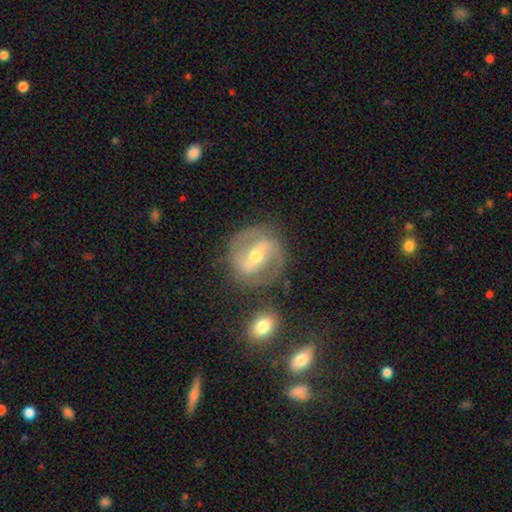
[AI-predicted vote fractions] A featured or disk galaxy (81%) with a strong bar (54%), 2 (87%) medium (50%) spiral arms (86%) and a moderate central bulge (63%).

Vote fractions:
- Smooth or featured? featured or disk: 81% / smooth: 13% / star or artifact: 6%
- Edge-on disk? no: 96% / yes: 4%
- Bar? strong: 54% / weak: 33% / no: 13%
- Spiral arms? yes: 86% / no: 14%
- Spiral winding? medium: 50% / tight: 32% / loose: 18%
- Spiral arm count? 2: 87% / can't tell: 6% / 1: 3% / 3: 2% / 4: 1% / more than 4: 1%
- Bulge size? moderate: 63% / small: 32% / large: 3% / none: 1% / dominant: 1%
- Merging? none: 79% / minor disturbance: 12% / major disturbance: 5% / merger: 3%